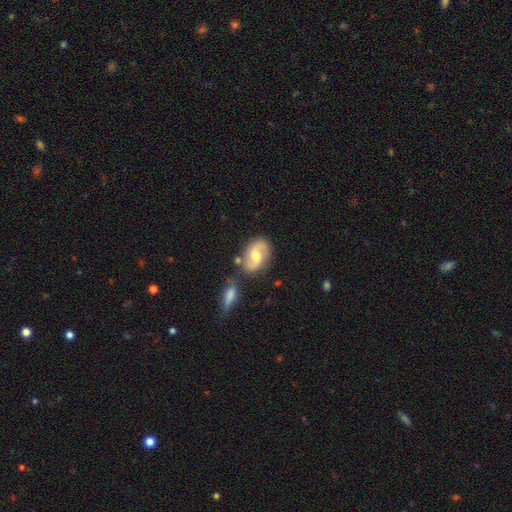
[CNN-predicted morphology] Q: Smooth or featured?
A: featured or disk (68%); runner-up: smooth (26%)
Q: Edge-on disk?
A: no (96%); runner-up: yes (4%)
Q: Bar?
A: weak (46%); runner-up: no (41%)
Q: Spiral arms?
A: yes (91%); runner-up: no (9%)
Q: Spiral winding?
A: medium (46%); runner-up: loose (36%)
Q: Spiral arm count?
A: 2 (87%); runner-up: can't tell (6%)
Q: Bulge size?
A: moderate (67%); runner-up: small (23%)
Q: Merging?
A: none (66%); runner-up: minor disturbance (16%)